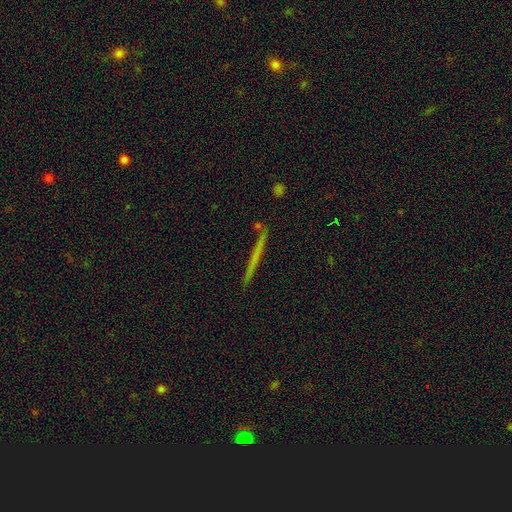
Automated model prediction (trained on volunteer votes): Smooth or featured?
  - smooth: 46% *
  - featured or disk: 45%
  - star or artifact: 9%
Merging?
  - none: 86% *
  - minor disturbance: 9%
  - merger: 2%
  - major disturbance: 2%